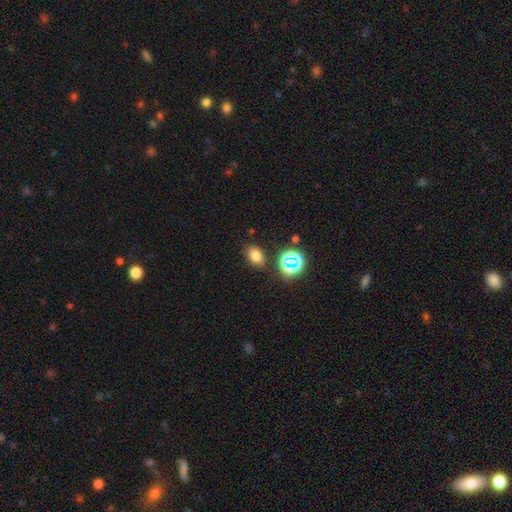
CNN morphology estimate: smooth 73%, star or artifact 20%, featured or disk 7%. Down the decision tree: how rounded — in between (75%); merging — none (82%).